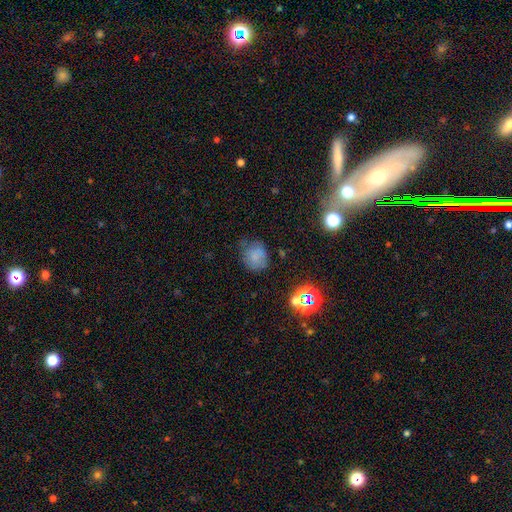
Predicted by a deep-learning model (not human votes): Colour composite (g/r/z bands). It shows a smooth galaxy with no disk features (70%) that is round (72%). Merging: none (56%).